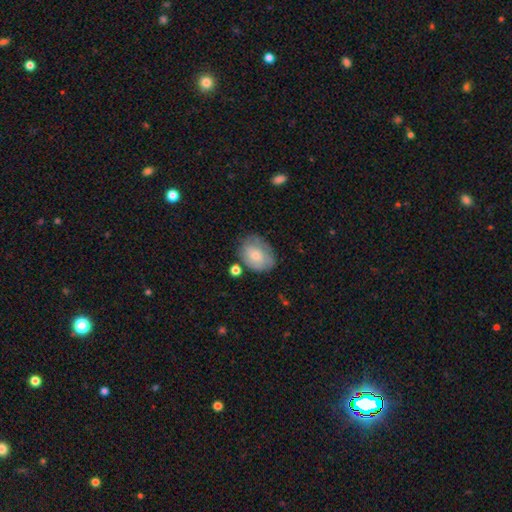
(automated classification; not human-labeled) Smooth or featured?
  - smooth: 67% *
  - featured or disk: 26%
  - star or artifact: 7%
How rounded?
  - in between: 68% *
  - round: 31%
  - cigar-shaped: 1%
Merging?
  - none: 63% *
  - minor disturbance: 23%
  - major disturbance: 7%
  - merger: 6%